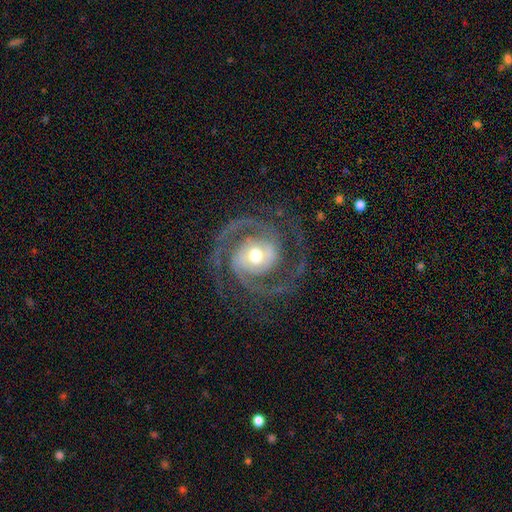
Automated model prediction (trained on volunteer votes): A featured or disk galaxy (93%) with no bar (49%), 2 (74%) medium (47%) spiral arms (98%) and a moderate central bulge (70%).

Vote fractions:
- Smooth or featured? featured or disk: 93% / star or artifact: 4% / smooth: 3%
- Edge-on disk? no: 98% / yes: 2%
- Bar? no: 49% / weak: 33% / strong: 18%
- Spiral arms? yes: 98% / no: 2%
- Spiral winding? medium: 47% / tight: 46% / loose: 7%
- Spiral arm count? 2: 74% / 3: 15% / can't tell: 3% / 4: 3% / 1: 2% / more than 4: 2%
- Bulge size? moderate: 70% / small: 15% / large: 13% / dominant: 1% / none: 1%
- Merging? none: 79% / minor disturbance: 13% / major disturbance: 8% / merger: 1%